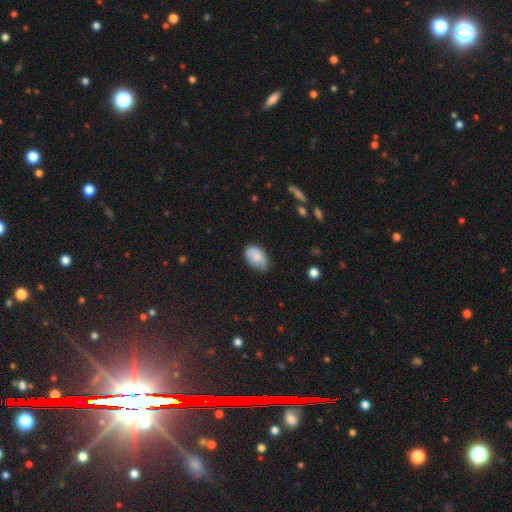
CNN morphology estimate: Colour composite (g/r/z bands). It shows a smooth galaxy with no disk features (84%) that is in between round and cigar-shaped (92%). Merging: none (64%).